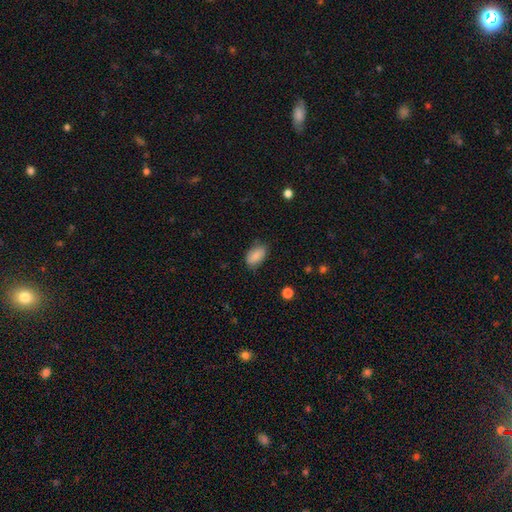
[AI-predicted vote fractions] smooth-or-featured: smooth: 87% | star or artifact: 7% | featured or disk: 5%
  how-rounded: in between: 92% | round: 5% | cigar-shaped: 3%
  merging: none: 75% | minor disturbance: 20% | major disturbance: 4% | merger: 1%